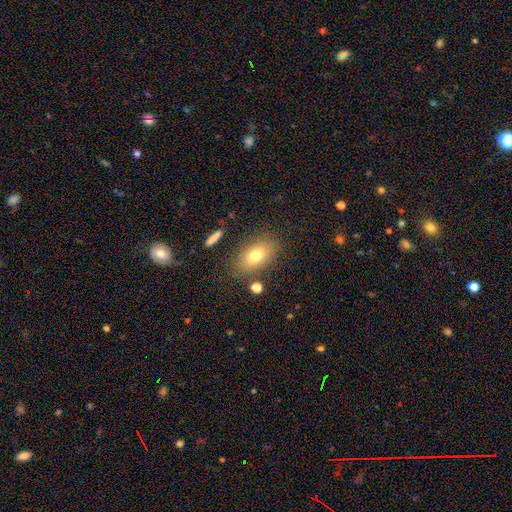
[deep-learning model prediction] Smooth or featured: smooth — 74% (featured or disk — 15%)
How rounded: in between — 85% (round — 13%)
Merging: none — 80% (minor disturbance — 12%)